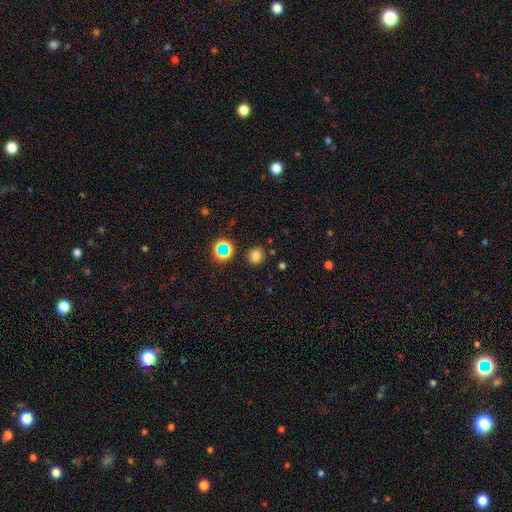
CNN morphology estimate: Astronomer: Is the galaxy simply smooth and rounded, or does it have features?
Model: smooth — 76%.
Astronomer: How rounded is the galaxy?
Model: round — 82%.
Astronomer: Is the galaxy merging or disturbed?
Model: none — 86%.